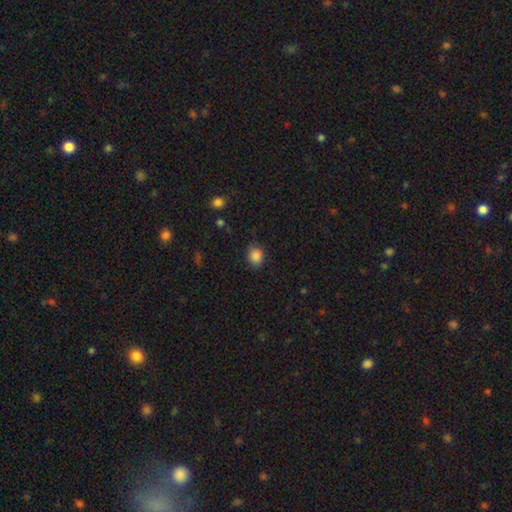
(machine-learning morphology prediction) Smooth or featured: smooth — 86% (star or artifact — 10%)
How rounded: round — 58% (in between — 41%)
Merging: none — 78% (minor disturbance — 17%)